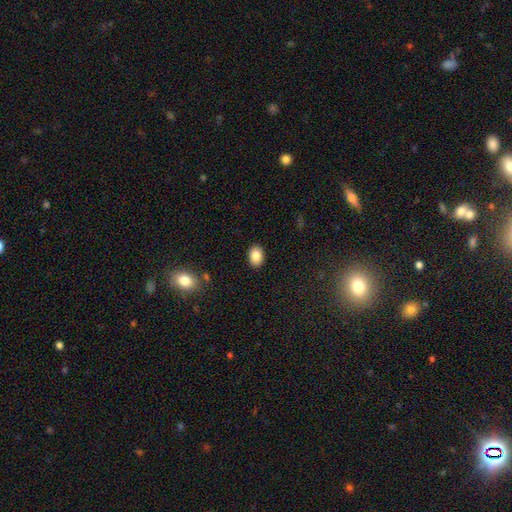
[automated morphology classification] This is clearly a smooth galaxy (85%). How rounded: likely in between (78%). Merging: clearly none (89%).